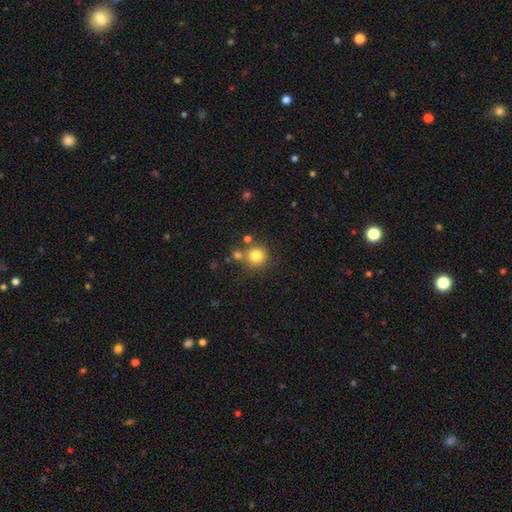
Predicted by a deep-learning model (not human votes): Smooth or featured? Predicted: smooth (p=0.80). How rounded? Predicted: round (p=0.92). Merging? Predicted: none (p=0.72).